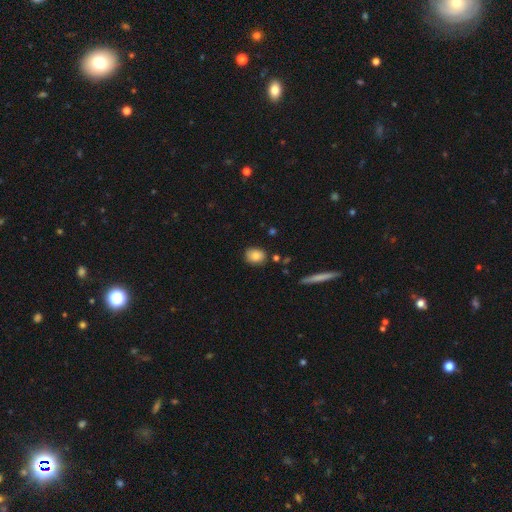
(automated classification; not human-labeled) The model was most divided on "how rounded": in between: 51%, round: 47%, cigar-shaped: 2%. More confident: smooth or featured — smooth (83%); merging — none (83%).